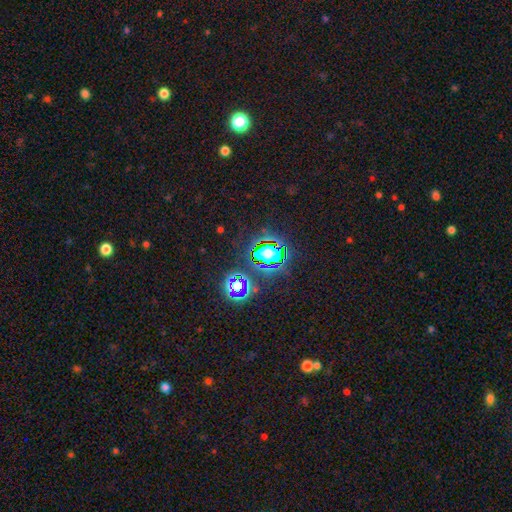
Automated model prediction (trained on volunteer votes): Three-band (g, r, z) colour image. It shows a star or artifact, not a galaxy (77%).